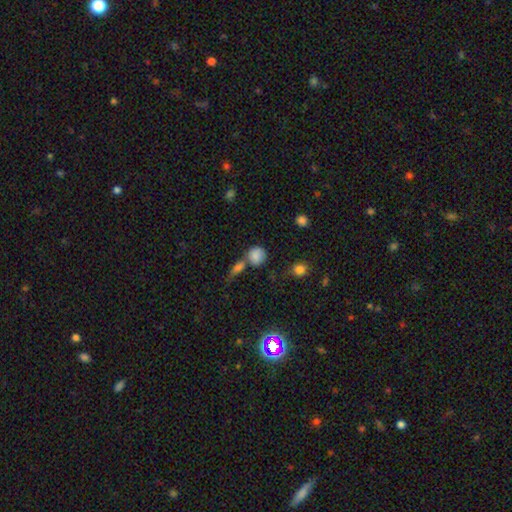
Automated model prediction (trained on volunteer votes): Smooth or featured: smooth — 81% (star or artifact — 10%)
How rounded: round — 82% (in between — 16%)
Merging: none — 54% (merger — 28%)